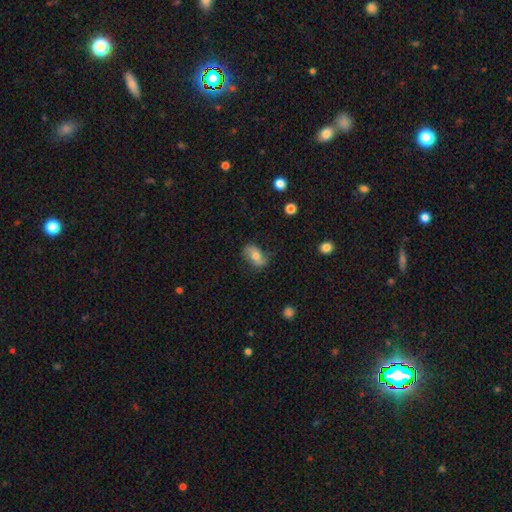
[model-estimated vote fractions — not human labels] Morphology: type=smooth (53%); roundness=in between (85%); merging=none (67%).